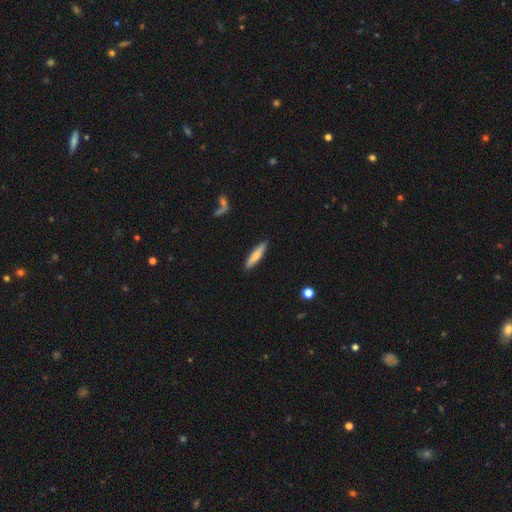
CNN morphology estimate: Smooth or featured? Predicted: smooth (p=0.69). How rounded? Predicted: cigar-shaped (p=0.82). Merging? Predicted: none (p=0.88).